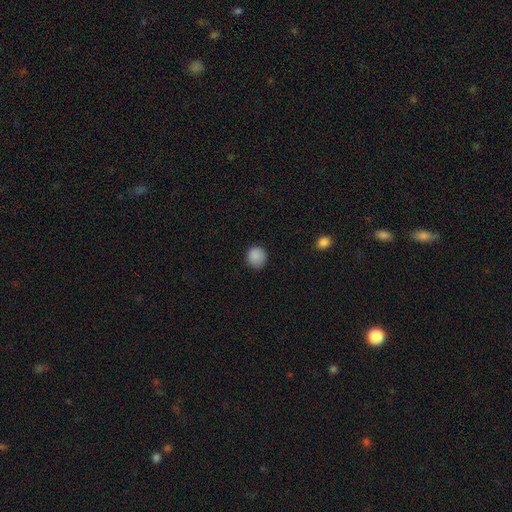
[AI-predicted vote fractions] This appears to be a smooth galaxy with no disk features (88%) that is round (90%). Merging: none (88%).